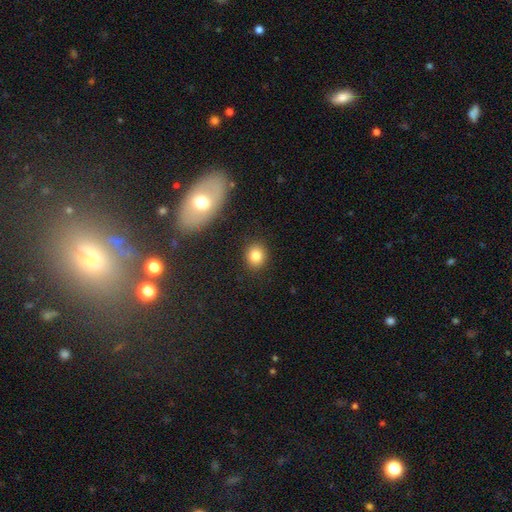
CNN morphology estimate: A smooth galaxy with no disk features (82%) that is round (77%). Merging: none (89%).